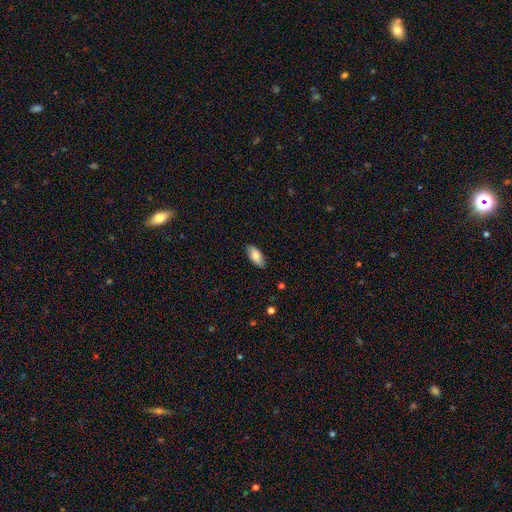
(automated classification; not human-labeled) smooth_or_featured: smooth (p=0.80) [alt: featured or disk p=0.14]
how_rounded: in between (p=0.88) [alt: cigar-shaped p=0.10]
merging: none (p=0.86) [alt: minor disturbance p=0.11]